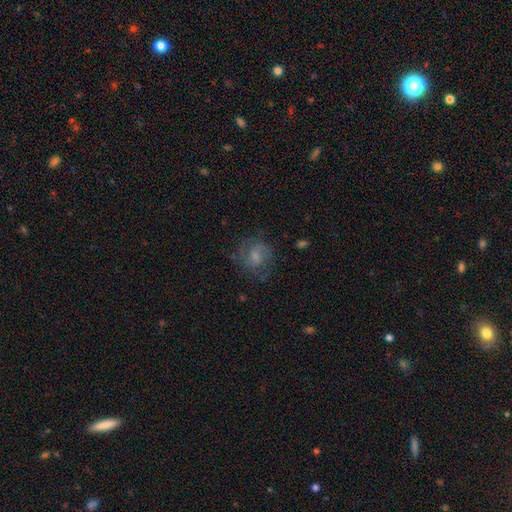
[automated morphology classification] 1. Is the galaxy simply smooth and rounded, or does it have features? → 52% featured or disk, 38% smooth, 10% star or artifact.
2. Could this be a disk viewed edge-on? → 97% no, 3% yes.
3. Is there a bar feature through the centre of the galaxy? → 50% no, 42% weak, 8% strong.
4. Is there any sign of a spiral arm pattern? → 82% yes, 18% no.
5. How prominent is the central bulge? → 34% small, 32% moderate, 24% none, 8% large, 2% dominant.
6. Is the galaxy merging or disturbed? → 65% none, 19% minor disturbance, 14% major disturbance, 2% merger.